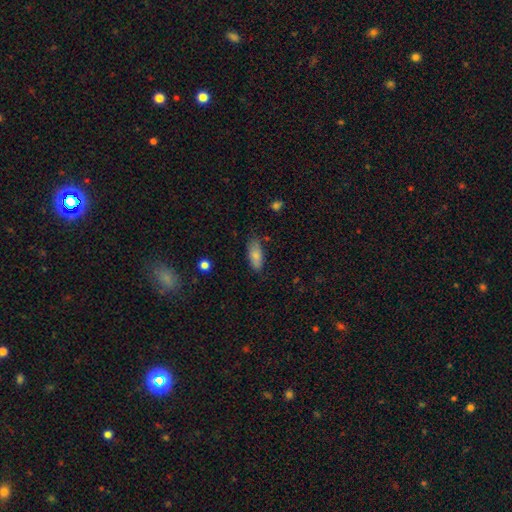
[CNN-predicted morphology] Q: Smooth or featured?
A: smooth (82%); runner-up: featured or disk (11%)
Q: How rounded?
A: in between (81%); runner-up: cigar-shaped (16%)
Q: Merging?
A: none (73%); runner-up: minor disturbance (20%)